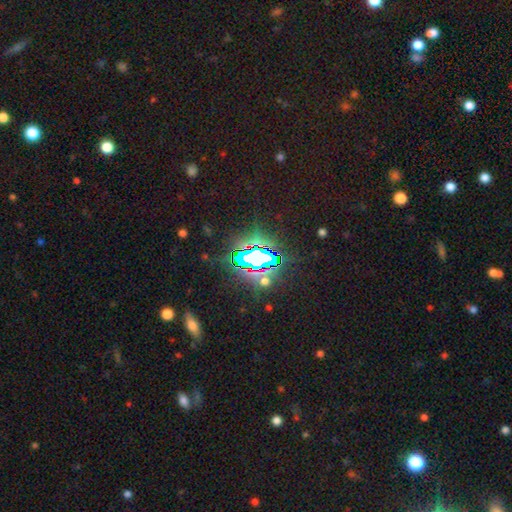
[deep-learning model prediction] The model was most divided on "smooth or featured": star or artifact: 77%, smooth: 13%, featured or disk: 10%.